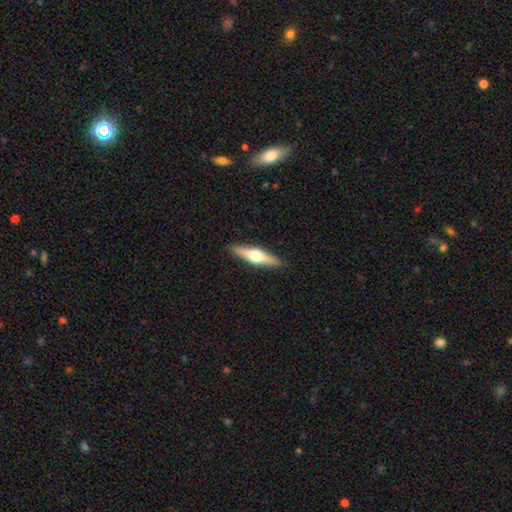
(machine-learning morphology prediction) A featured or disk galaxy (57%) viewed edge-on (95%) with a rounded central bulge (95%).

Vote fractions:
- Smooth or featured? featured or disk: 57% / smooth: 38% / star or artifact: 5%
- Edge-on disk? yes: 95% / no: 5%
- Edge-on bulge? rounded: 95% / boxy: 3% / none: 2%
- Merging? none: 91% / minor disturbance: 7% / major disturbance: 1% / merger: 1%